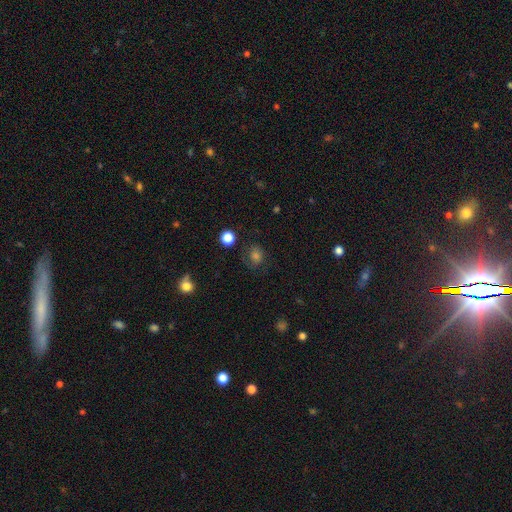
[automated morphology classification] A smooth galaxy with no disk features (64%) that is round (66%).

Vote fractions:
- Smooth or featured? smooth: 64% / star or artifact: 21% / featured or disk: 15%
- How rounded? round: 66% / in between: 32% / cigar-shaped: 1%
- Merging? none: 72% / minor disturbance: 17% / major disturbance: 9% / merger: 2%